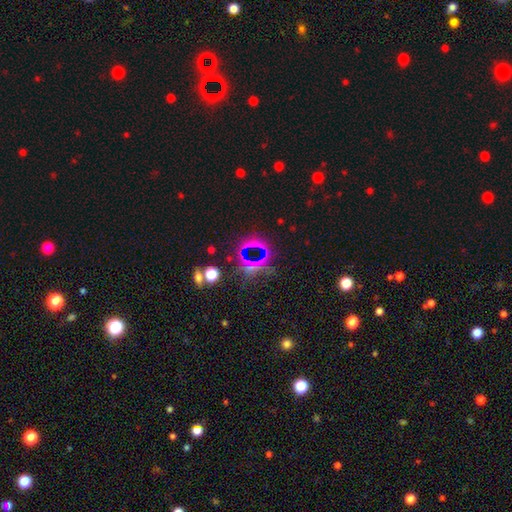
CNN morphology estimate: Smooth or featured? Predicted: star or artifact (p=0.68).